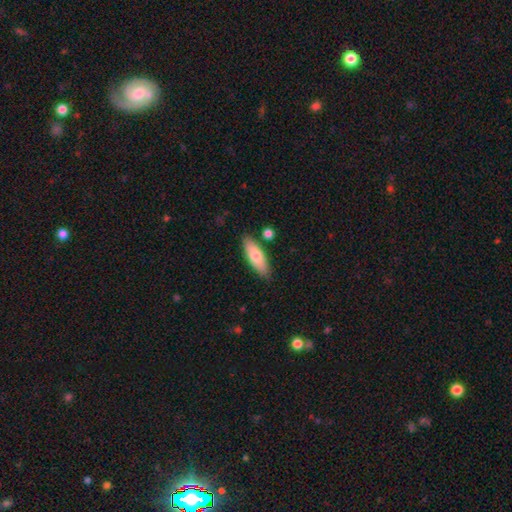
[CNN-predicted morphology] Smooth or featured? smooth (72%)
How rounded? in between (61%)
Merging? none (82%)